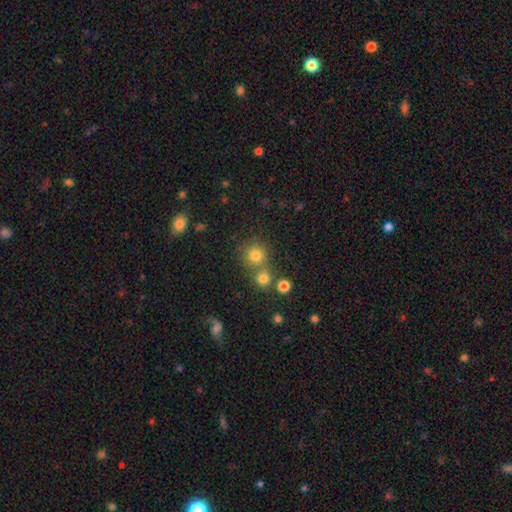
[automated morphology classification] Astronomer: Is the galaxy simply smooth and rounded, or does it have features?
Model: smooth — 78%.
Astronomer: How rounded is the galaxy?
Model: round — 91%.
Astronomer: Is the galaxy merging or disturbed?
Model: none — 64%.